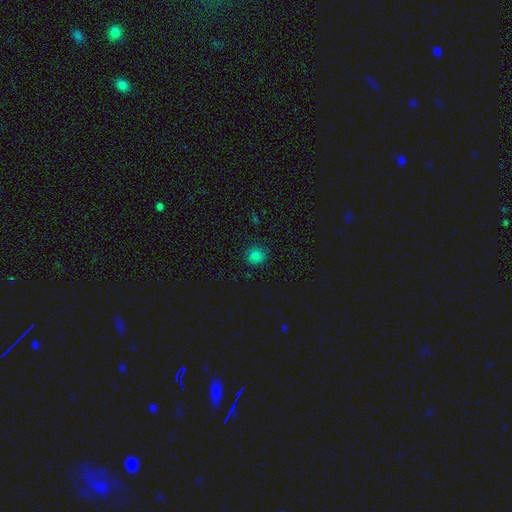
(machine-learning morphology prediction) The model was most divided on "smooth or featured": smooth: 82%, star or artifact: 15%, featured or disk: 3%. More confident: how rounded — round (90%); merging — none (89%).